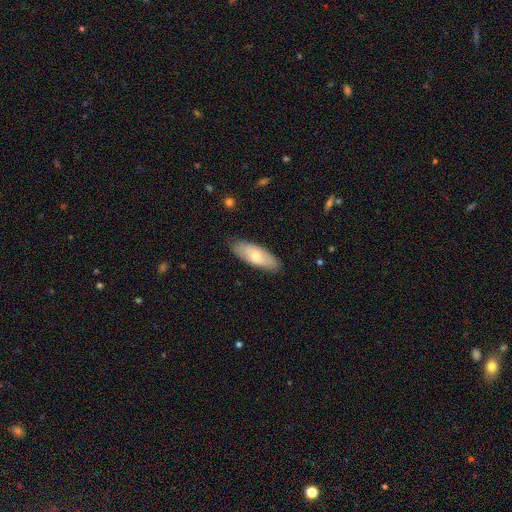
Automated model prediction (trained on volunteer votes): A smooth galaxy with no disk features (63%) that is in between round and cigar-shaped (74%).

Vote fractions:
- Smooth or featured? smooth: 63% / featured or disk: 31% / star or artifact: 6%
- How rounded? in between: 74% / cigar-shaped: 24% / round: 2%
- Merging? none: 84% / minor disturbance: 13% / major disturbance: 2% / merger: 1%